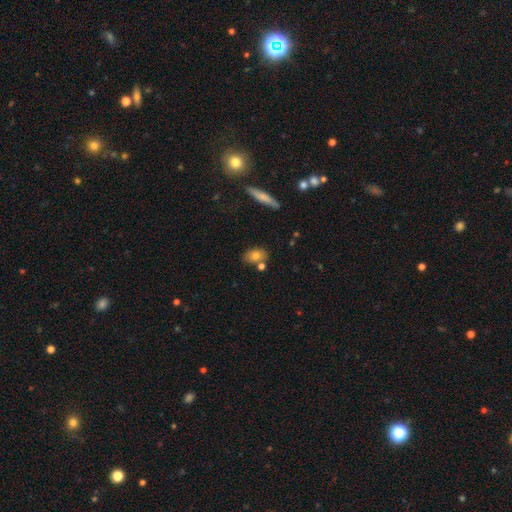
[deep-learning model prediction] Smooth or featured? smooth (74%)
How rounded? in between (78%)
Merging? none (66%)